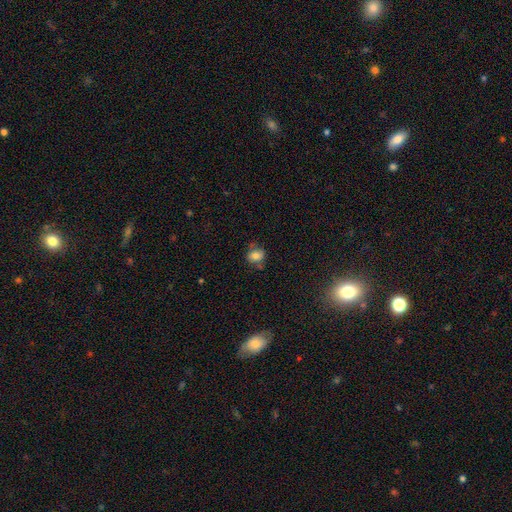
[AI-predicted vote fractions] Smooth or featured? smooth (75%)
How rounded? round (62%)
Merging? none (61%)